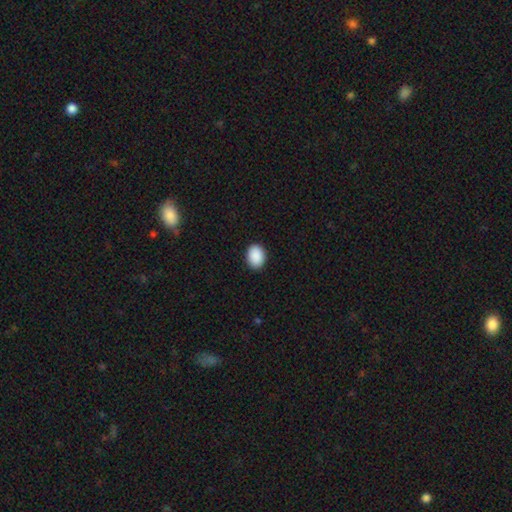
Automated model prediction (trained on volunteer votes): Overall: smooth (91%). How rounded: in between (69%; round 30%). Merging: none (90%).